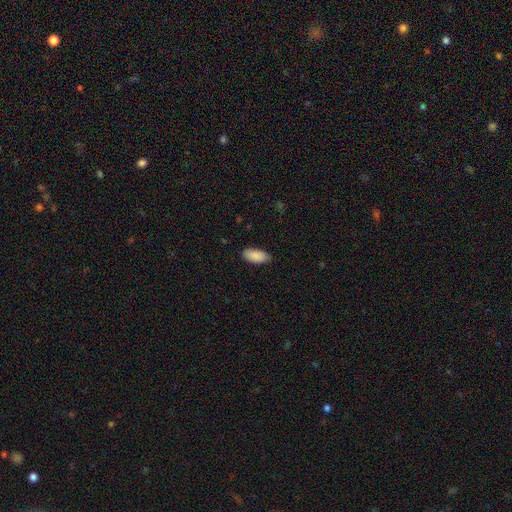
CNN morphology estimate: Smooth or featured?
  - smooth: 89% *
  - star or artifact: 6%
  - featured or disk: 5%
How rounded?
  - in between: 91% *
  - cigar-shaped: 7%
  - round: 2%
Merging?
  - none: 83% *
  - minor disturbance: 13%
  - major disturbance: 2%
  - merger: 1%